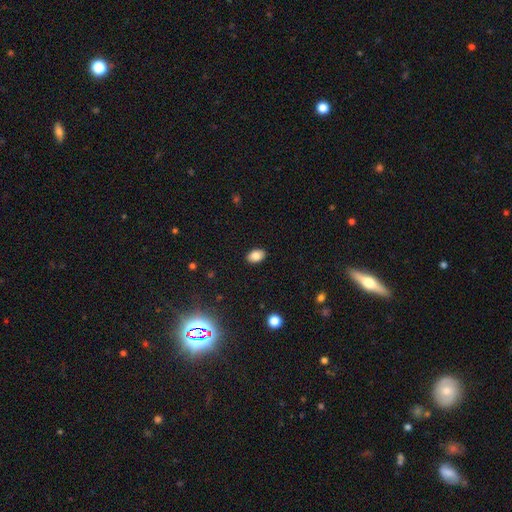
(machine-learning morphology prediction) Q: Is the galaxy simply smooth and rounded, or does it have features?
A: smooth — 84%.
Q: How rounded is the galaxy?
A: in between — 86%.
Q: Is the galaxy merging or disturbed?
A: none — 89%.